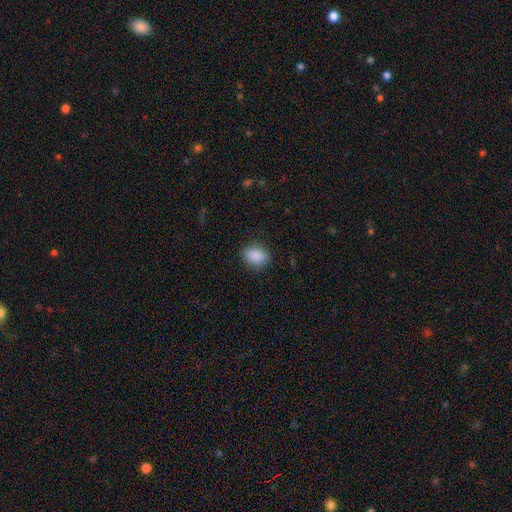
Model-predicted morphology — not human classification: Overall: smooth (89%). How rounded: in between (63%; round 36%). Merging: none (87%).